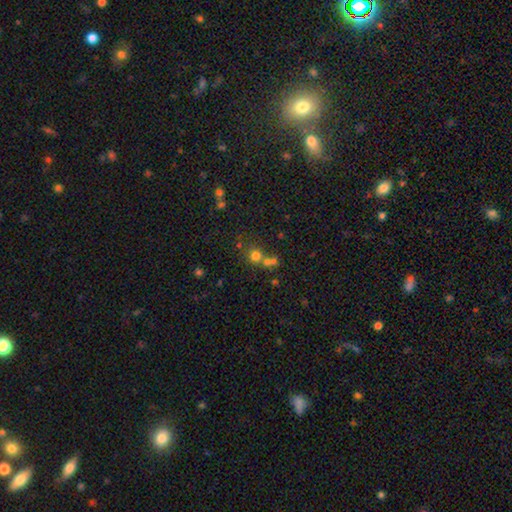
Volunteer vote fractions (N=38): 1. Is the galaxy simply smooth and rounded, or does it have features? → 79% smooth, 13% featured or disk, 8% star or artifact.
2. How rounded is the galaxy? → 87% round, 13% in between, 0% cigar-shaped.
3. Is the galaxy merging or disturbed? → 54% none, 40% merger, 3% minor disturbance, 3% major disturbance.